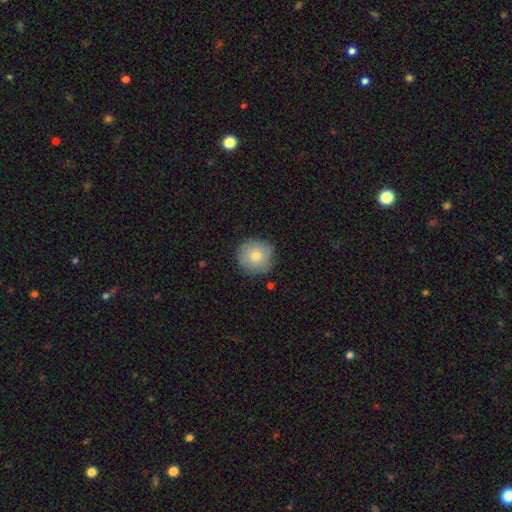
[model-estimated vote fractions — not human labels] Smooth or featured? smooth (77%)
How rounded? round (94%)
Merging? none (84%)